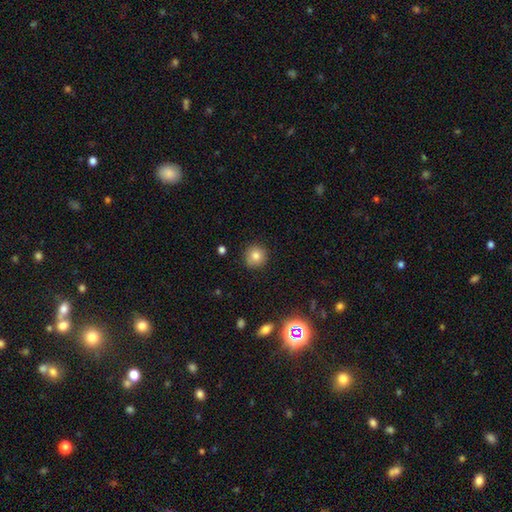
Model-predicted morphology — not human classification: A smooth galaxy with no disk features (81%) that is round (94%). Merging: none (88%).